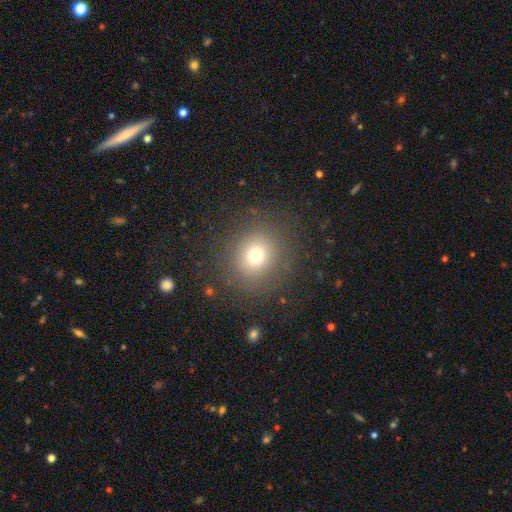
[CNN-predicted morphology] smooth 71%, star or artifact 17%, featured or disk 12%. Down the decision tree: how rounded — round (89%); merging — none (84%).